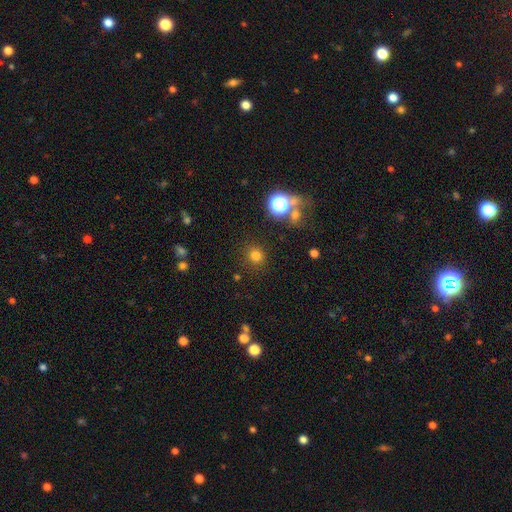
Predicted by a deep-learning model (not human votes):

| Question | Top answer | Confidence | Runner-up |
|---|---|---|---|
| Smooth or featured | smooth | 76% | star or artifact (19%) |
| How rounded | round | 91% | in between (8%) |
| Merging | none | 87% | minor disturbance (7%) |